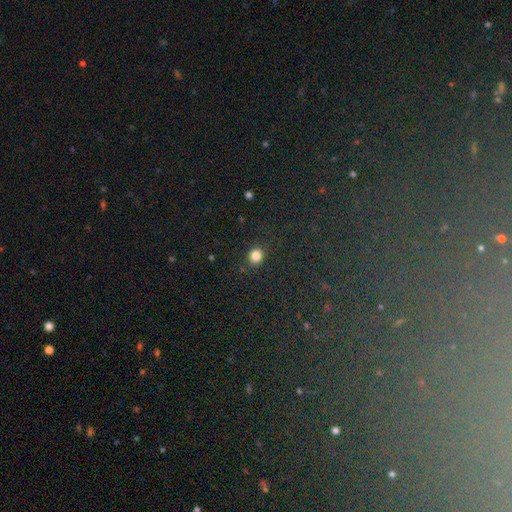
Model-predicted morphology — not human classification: type=smooth (82%); roundness=round (78%); merging=none (87%).